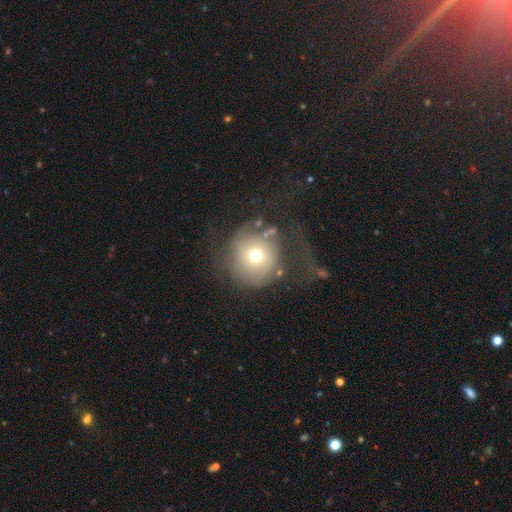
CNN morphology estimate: Smooth or featured? Predicted: smooth (p=0.57). How rounded? Predicted: round (p=0.91). Merging? Predicted: major disturbance (p=0.41).